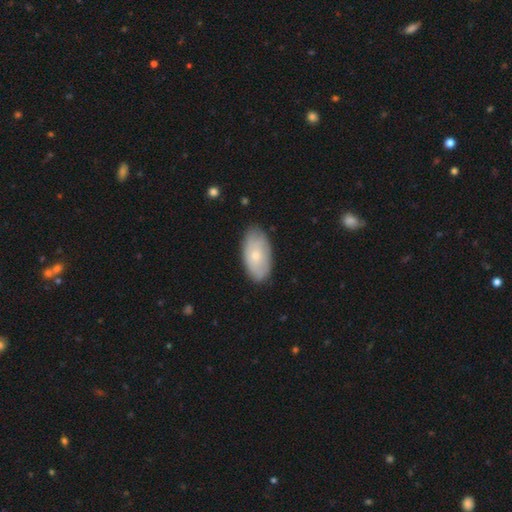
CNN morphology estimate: Smooth or featured? Predicted: smooth (p=0.64). How rounded? Predicted: in between (p=0.94). Merging? Predicted: none (p=0.81).